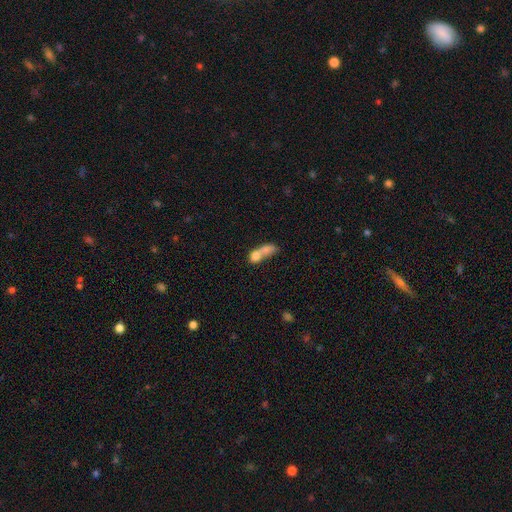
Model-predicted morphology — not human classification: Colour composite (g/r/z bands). It shows a smooth galaxy with no disk features (58%) that is in between round and cigar-shaped (57%). Merging: merger (48%).